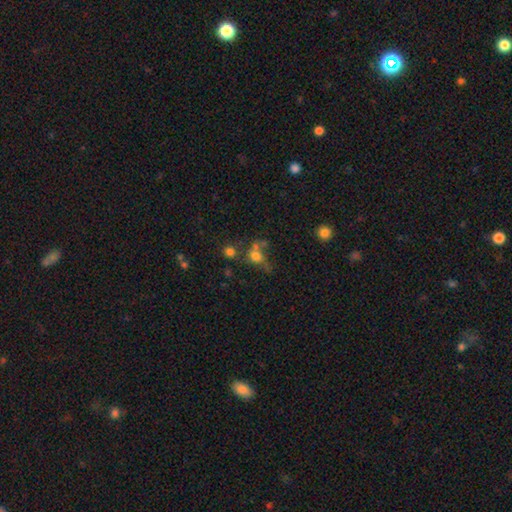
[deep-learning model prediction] This is possibly a smooth galaxy (59%). How rounded: possibly round (59%). Merging: marginally none (36%).